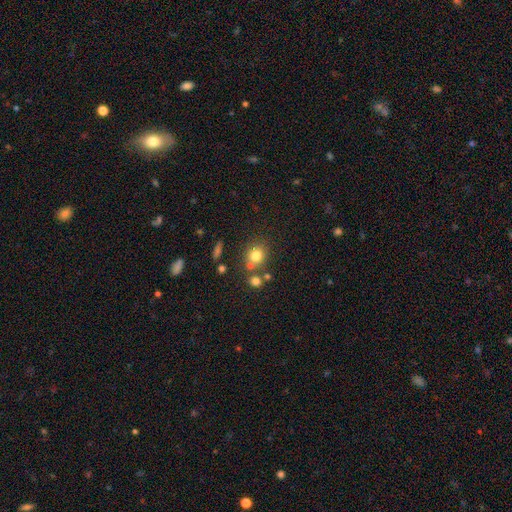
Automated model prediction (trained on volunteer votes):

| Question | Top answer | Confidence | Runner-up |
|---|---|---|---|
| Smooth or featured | smooth | 77% | star or artifact (14%) |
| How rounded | round | 82% | in between (17%) |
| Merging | none | 67% | merger (18%) |